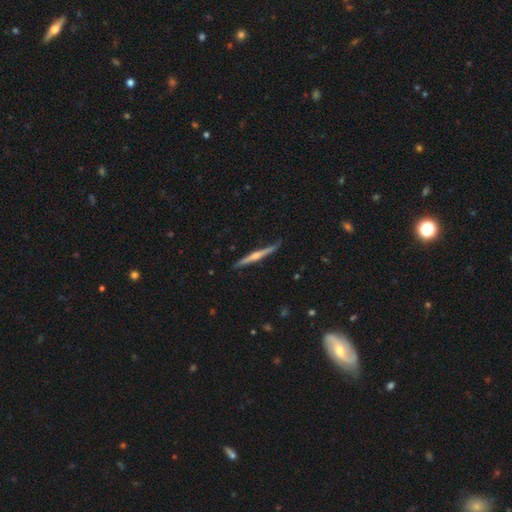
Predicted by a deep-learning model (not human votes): Overall: featured or disk (69%). Edge-on disk: yes (98%). Edge-on bulge: rounded (76%). Merging: none (81%).